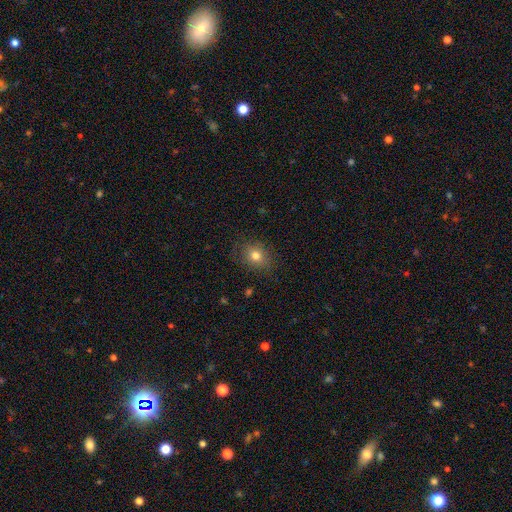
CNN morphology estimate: Smooth or featured: smooth — 78% (star or artifact — 12%)
How rounded: round — 59% (in between — 40%)
Merging: none — 82% (minor disturbance — 13%)